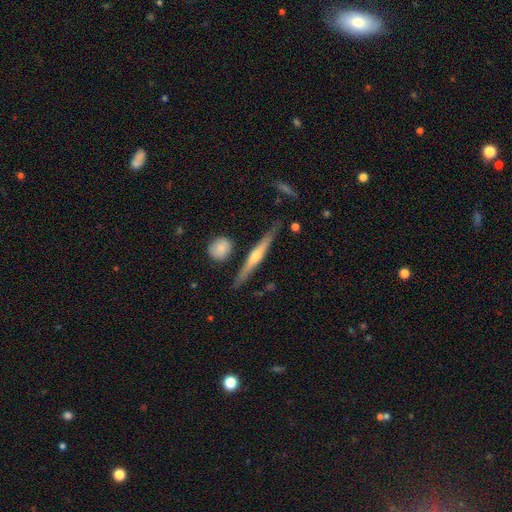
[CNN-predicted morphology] smooth-or-featured: featured or disk: 72% | smooth: 22% | star or artifact: 6%
  disk-edge-on: yes: 97% | no: 3%
    edge-on-bulge: rounded: 78% | none: 15% | boxy: 7%
  merging: none: 85% | minor disturbance: 10% | merger: 3% | major disturbance: 2%